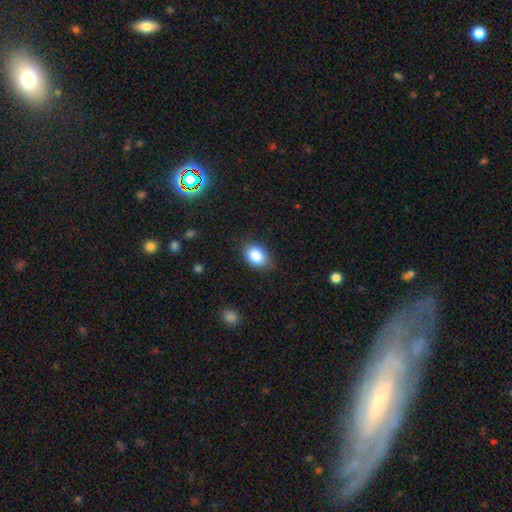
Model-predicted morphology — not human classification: Smooth or featured? smooth (86%)
How rounded? in between (76%)
Merging? none (80%)